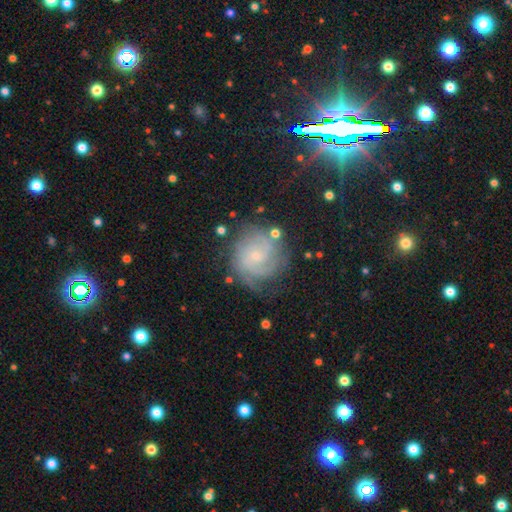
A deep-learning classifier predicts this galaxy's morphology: featured or disk 78%, smooth 13%, star or artifact 9%. Down the decision tree: edge-on disk — no (98%); bar — no (66%); spiral arms — yes (95%); spiral arm count — can't tell (30%); spiral winding — tight (61%); bulge size — small (77%); merging — none (71%).